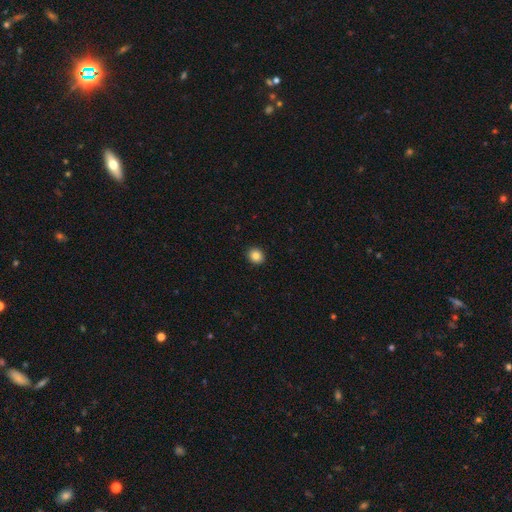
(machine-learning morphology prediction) Smooth or featured: smooth — 86% (star or artifact — 10%)
How rounded: round — 69% (in between — 31%)
Merging: none — 92% (minor disturbance — 5%)